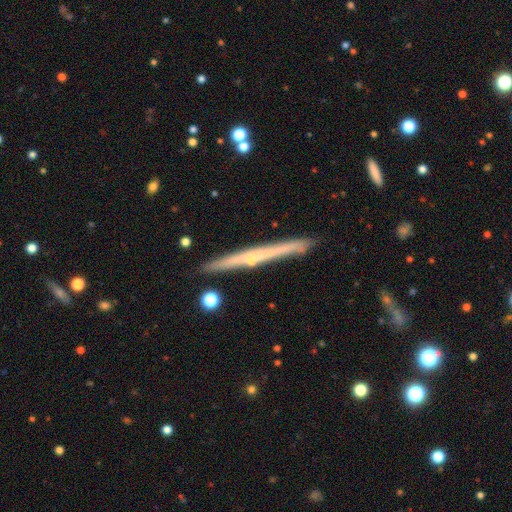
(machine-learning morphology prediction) The model was most divided on "edge-on bulge": rounded: 68%, none: 29%, boxy: 3%. More confident: edge-on disk — yes (98%); merging — none (89%); smooth or featured — featured or disk (76%).